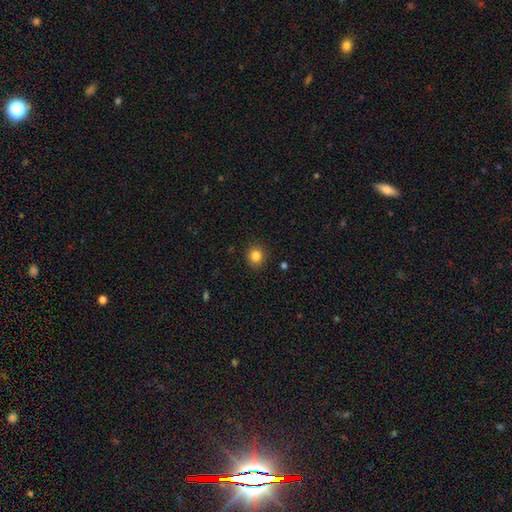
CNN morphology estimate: smooth-or-featured: smooth: 84% | star or artifact: 11% | featured or disk: 5%
  how-rounded: round: 84% | in between: 15% | cigar-shaped: 1%
  merging: none: 89% | minor disturbance: 7% | major disturbance: 2% | merger: 1%